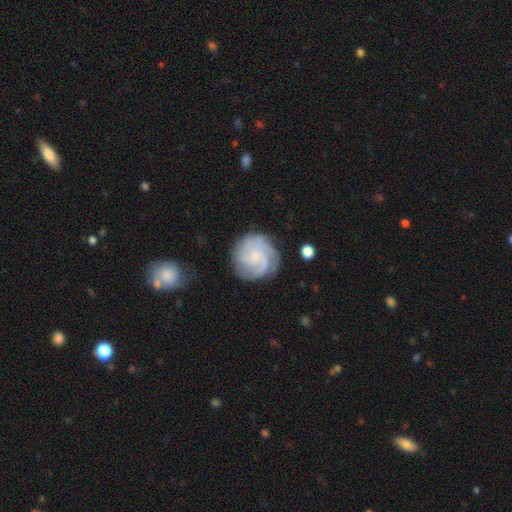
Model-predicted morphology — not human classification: Smooth or featured?
  - featured or disk: 76% *
  - smooth: 17%
  - star or artifact: 6%
Edge-on disk?
  - no: 98% *
  - yes: 2%
Bar?
  - no: 64% *
  - weak: 31%
  - strong: 4%
Spiral arms?
  - yes: 96% *
  - no: 4%
Spiral winding?
  - tight: 52% *
  - medium: 37%
  - loose: 11%
Spiral arm count?
  - 3: 39% *
  - can't tell: 21%
  - 2: 15%
  - 4: 14%
  - 1: 6%
  - more than 4: 6%
Bulge size?
  - small: 65% *
  - none: 18%
  - moderate: 14%
  - large: 2%
  - dominant: 1%
Merging?
  - none: 75% *
  - minor disturbance: 16%
  - major disturbance: 7%
  - merger: 2%